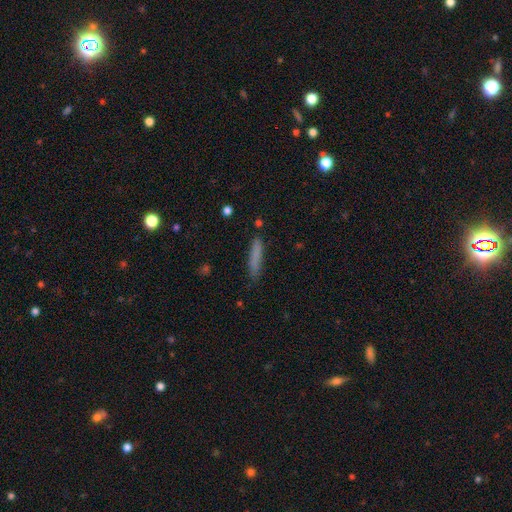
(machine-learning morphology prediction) smooth_or_featured: smooth (p=0.79) [alt: featured or disk p=0.13]
how_rounded: cigar-shaped (p=0.90) [alt: in between p=0.08]
merging: none (p=0.81) [alt: minor disturbance p=0.14]